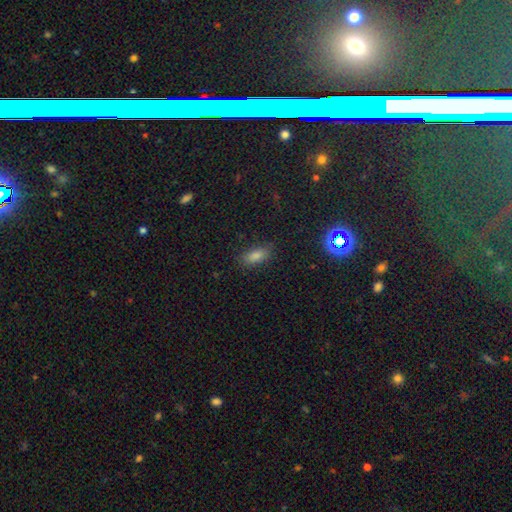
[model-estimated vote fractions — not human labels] Smooth or featured?
  - smooth: 73% *
  - star or artifact: 19%
  - featured or disk: 8%
How rounded?
  - in between: 82% *
  - cigar-shaped: 11%
  - round: 7%
Merging?
  - none: 84% *
  - minor disturbance: 12%
  - major disturbance: 3%
  - merger: 1%